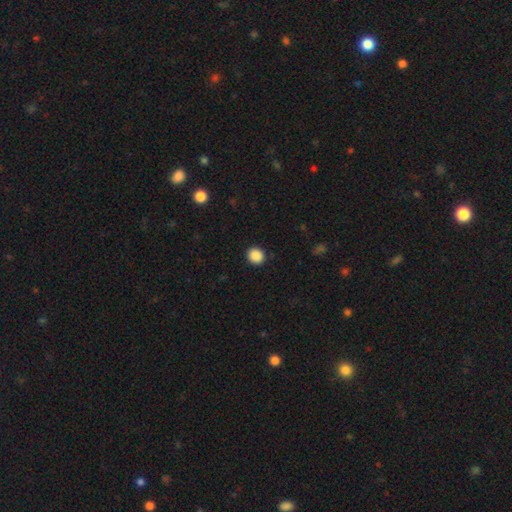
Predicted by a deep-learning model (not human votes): A smooth galaxy with no disk features (88%) that is round (86%). Merging: none (92%).